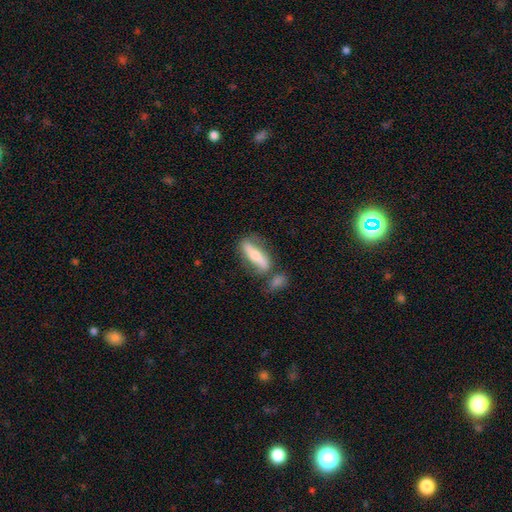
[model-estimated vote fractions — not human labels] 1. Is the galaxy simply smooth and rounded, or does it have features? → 53% featured or disk, 41% smooth, 6% star or artifact.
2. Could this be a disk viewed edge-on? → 58% yes, 42% no.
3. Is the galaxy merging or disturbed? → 61% none, 17% merger, 15% minor disturbance, 6% major disturbance.